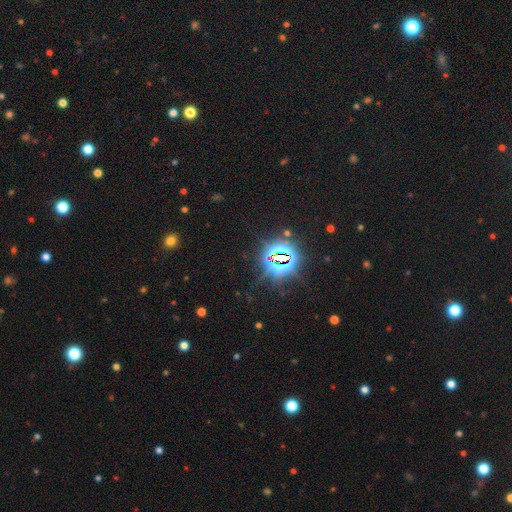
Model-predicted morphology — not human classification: A star or artifact, not a galaxy (82%).